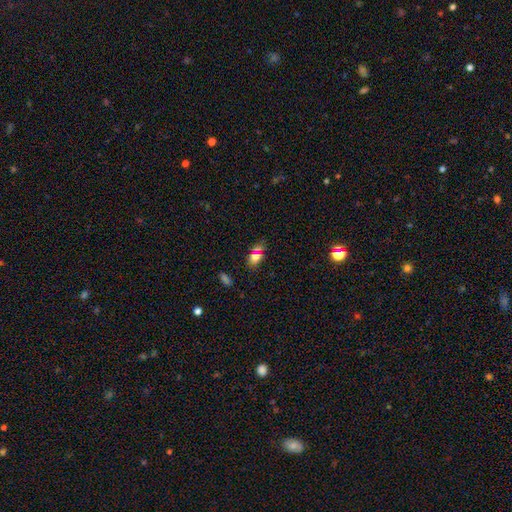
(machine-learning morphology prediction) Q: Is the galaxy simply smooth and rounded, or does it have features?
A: smooth — 66%.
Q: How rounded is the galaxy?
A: in between — 76%.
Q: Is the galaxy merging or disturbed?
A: none — 73%.